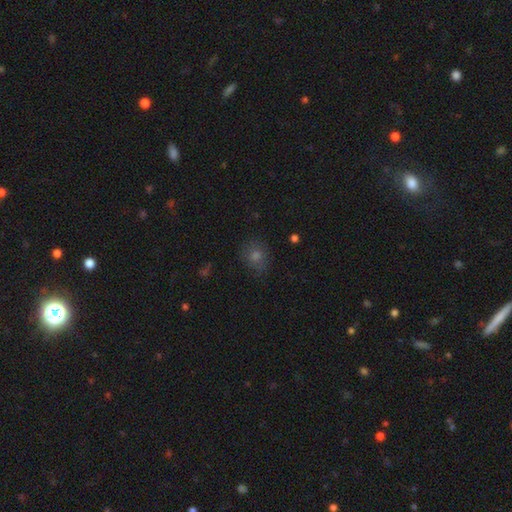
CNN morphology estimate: Smooth or featured? smooth (64%)
How rounded? round (75%)
Merging? none (77%)